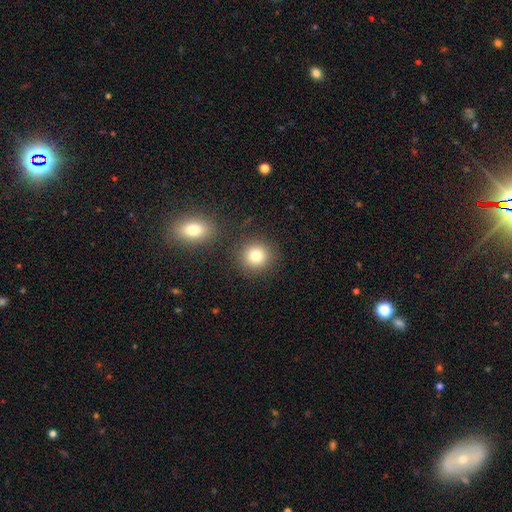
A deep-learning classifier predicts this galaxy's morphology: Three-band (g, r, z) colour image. It shows a smooth galaxy with no disk features (81%) that is round (91%). Merging: none (84%).